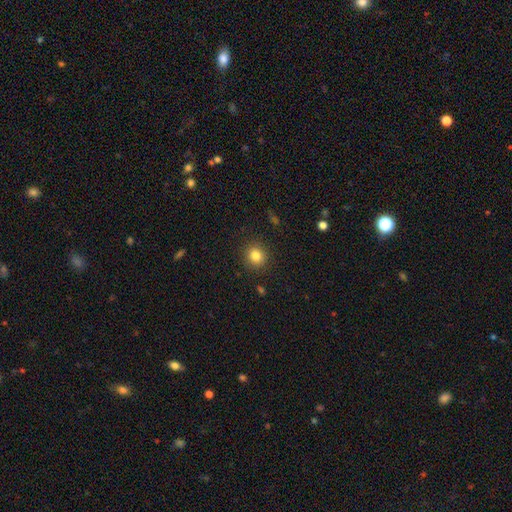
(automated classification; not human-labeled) smooth-or-featured: smooth: 83% | star or artifact: 11% | featured or disk: 6%
  how-rounded: round: 88% | in between: 12% | cigar-shaped: 1%
  merging: none: 90% | minor disturbance: 6% | major disturbance: 2% | merger: 1%